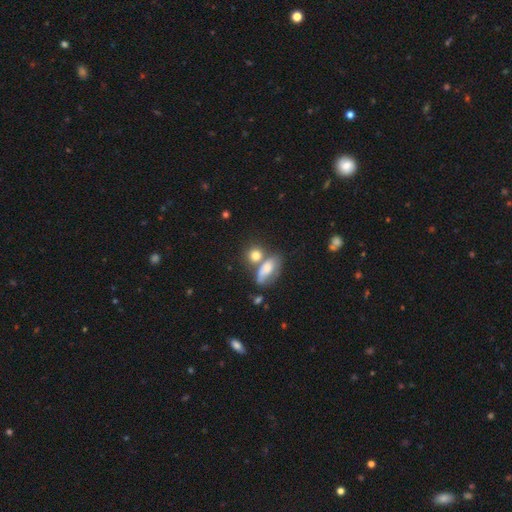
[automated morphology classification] Q: Smooth or featured?
A: smooth (75%); runner-up: featured or disk (14%)
Q: How rounded?
A: round (57%); runner-up: in between (39%)
Q: Merging?
A: none (42%); runner-up: merger (38%)